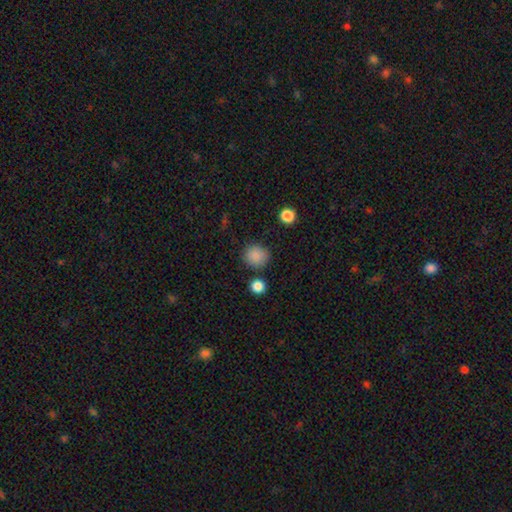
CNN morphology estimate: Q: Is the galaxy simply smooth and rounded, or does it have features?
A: smooth — 86%.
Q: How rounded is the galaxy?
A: round — 88%.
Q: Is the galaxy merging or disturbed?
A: none — 83%.